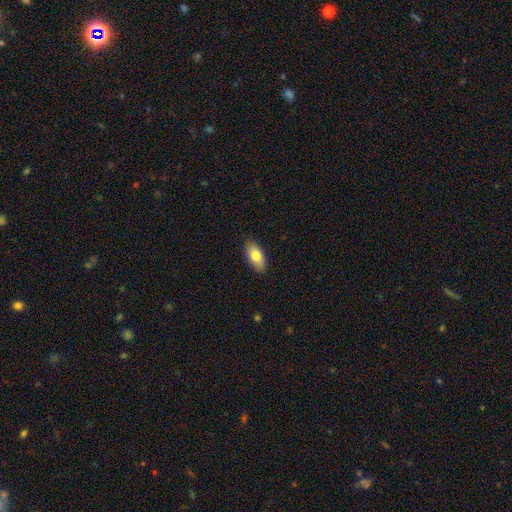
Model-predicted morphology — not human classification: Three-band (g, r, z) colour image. It shows a smooth galaxy with no disk features (79%) that is in between round and cigar-shaped (89%). Merging: none (88%).